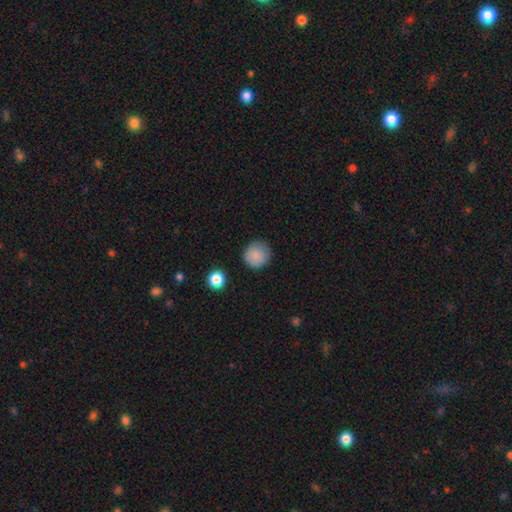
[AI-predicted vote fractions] Overall: smooth (87%). How rounded: round (92%). Merging: none (86%).